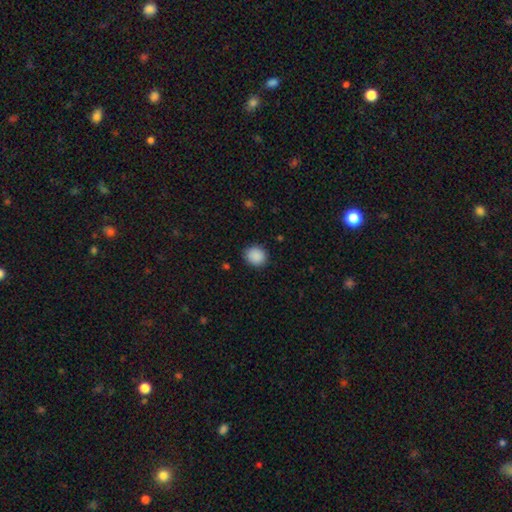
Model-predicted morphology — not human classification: smooth-or-featured: smooth: 89% | star or artifact: 8% | featured or disk: 3%
  how-rounded: round: 81% | in between: 18% | cigar-shaped: 1%
  merging: none: 88% | minor disturbance: 9% | major disturbance: 2% | merger: 1%